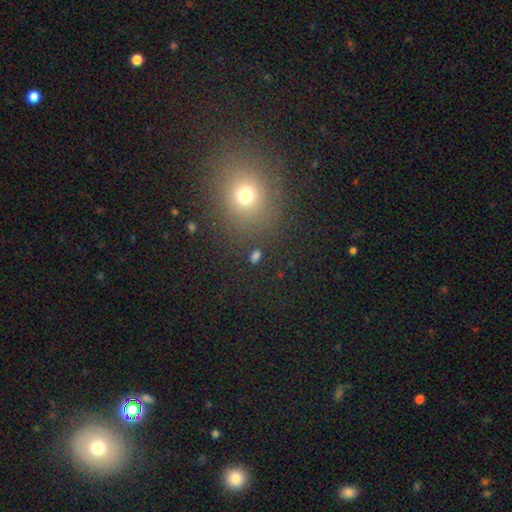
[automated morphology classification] Smooth or featured? smooth (64%)
How rounded? round (59%)
Merging? none (82%)